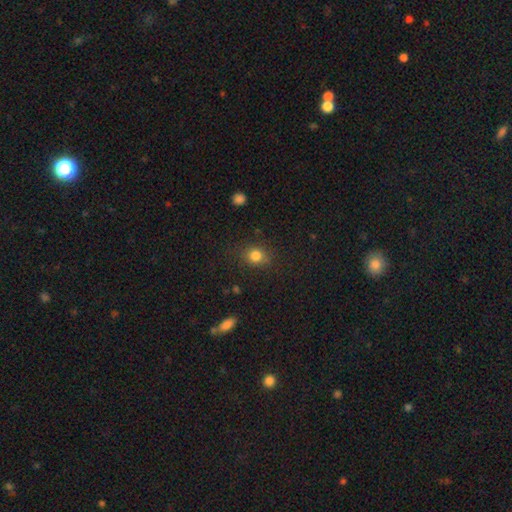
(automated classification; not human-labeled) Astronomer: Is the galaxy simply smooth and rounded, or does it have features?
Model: smooth — 82%.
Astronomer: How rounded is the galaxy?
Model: round — 68%.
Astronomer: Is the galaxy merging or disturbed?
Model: none — 81%.